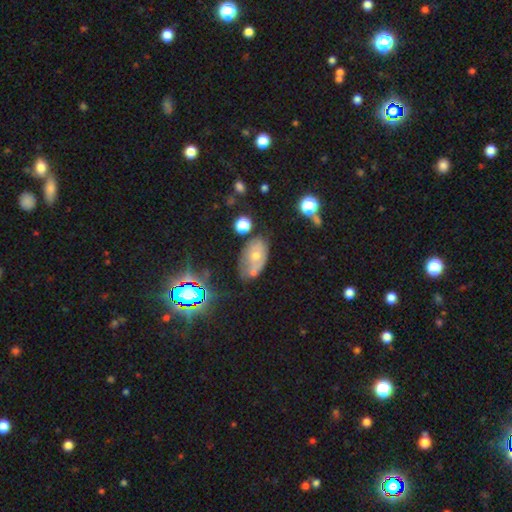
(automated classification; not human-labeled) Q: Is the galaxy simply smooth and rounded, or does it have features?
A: smooth — 44%.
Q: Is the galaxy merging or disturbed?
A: none — 48%.